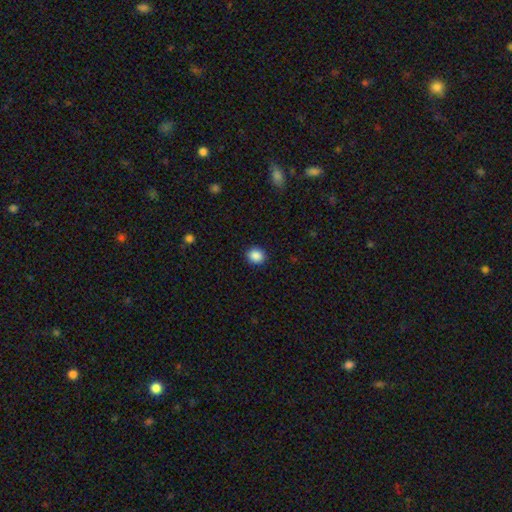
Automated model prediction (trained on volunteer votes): smooth 88%, star or artifact 9%, featured or disk 3%. Down the decision tree: how rounded — round (77%); merging — none (91%).